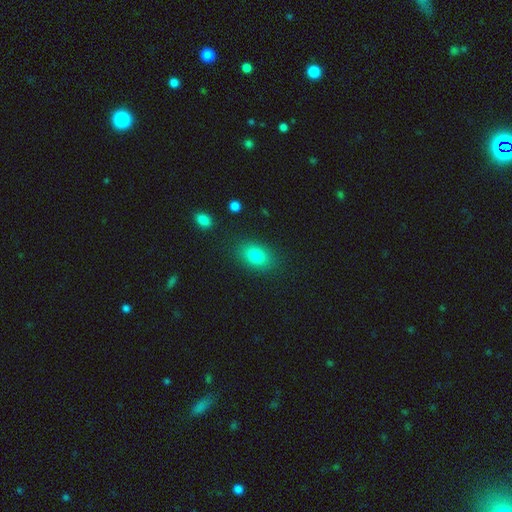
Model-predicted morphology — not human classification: Overall: smooth (81%). How rounded: in between (81%). Merging: none (84%).